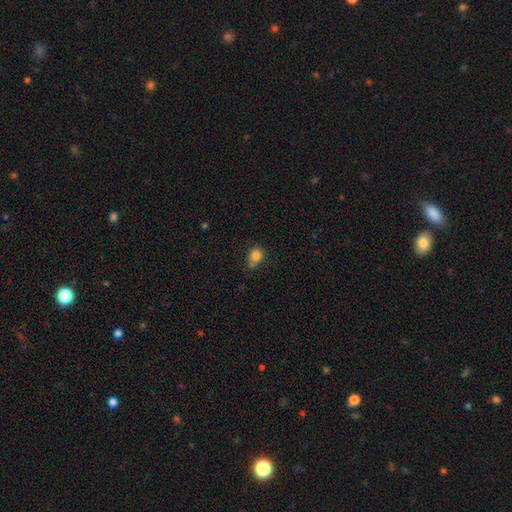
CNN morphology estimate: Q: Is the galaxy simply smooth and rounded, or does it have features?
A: smooth — 82%.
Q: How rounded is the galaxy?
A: round — 58%.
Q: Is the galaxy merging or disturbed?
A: none — 54%.